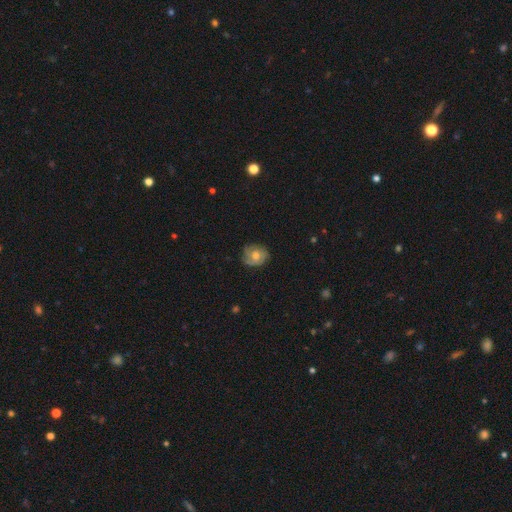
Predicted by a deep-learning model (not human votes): A featured or disk galaxy (47%).

Vote fractions:
- Smooth or featured? featured or disk: 47% / smooth: 44% / star or artifact: 9%
- Merging? none: 68% / minor disturbance: 23% / major disturbance: 7% / merger: 1%